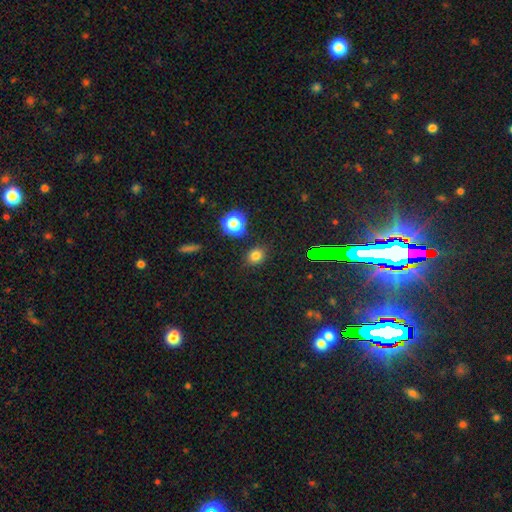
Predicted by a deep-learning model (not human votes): The model was most divided on "how rounded": round: 70%, in between: 29%, cigar-shaped: 1%. More confident: merging — none (85%); smooth or featured — smooth (75%).